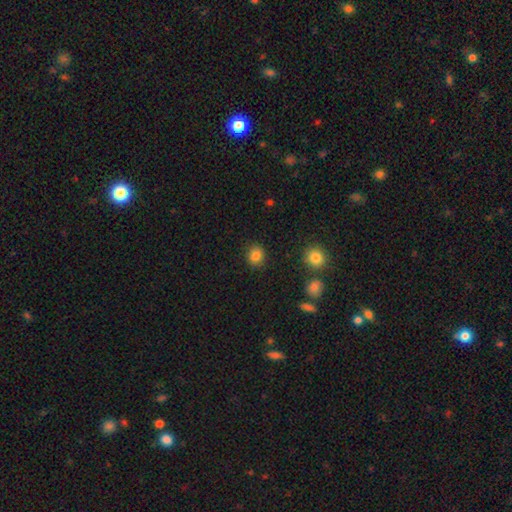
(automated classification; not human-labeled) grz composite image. It shows a smooth galaxy with no disk features (84%) that is round (78%). Merging: none (89%).